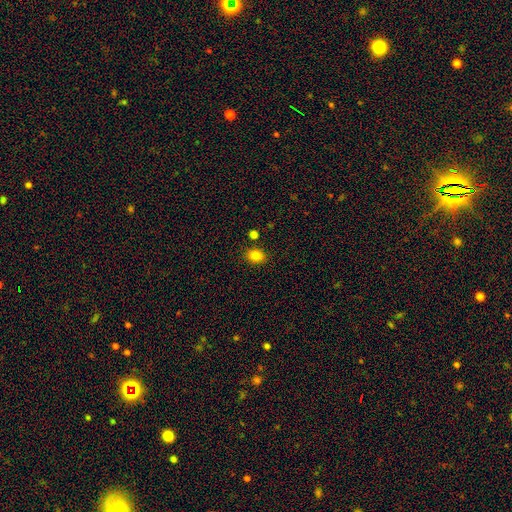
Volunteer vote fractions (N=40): A smooth galaxy with no disk features (82%) that is in between round and cigar-shaped (58%).

Vote fractions:
- Smooth or featured? smooth: 82% / star or artifact: 10% / featured or disk: 8%
- How rounded? in between: 58% / round: 42% / cigar-shaped: 0%
- Merging? none: 86% / minor disturbance: 11% / merger: 3% / major disturbance: 0%